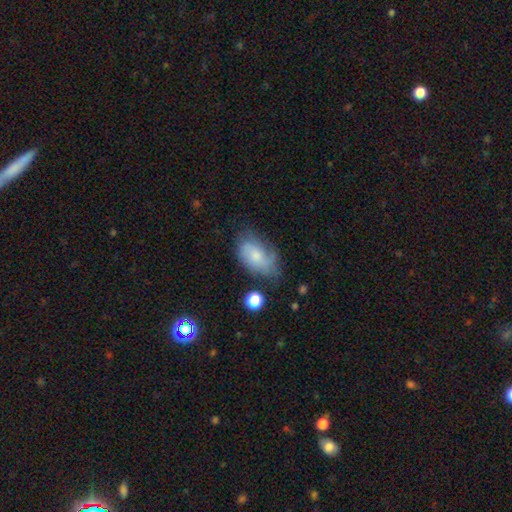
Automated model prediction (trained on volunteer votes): Q: Smooth or featured?
A: smooth (55%); runner-up: featured or disk (36%)
Q: How rounded?
A: in between (90%); runner-up: round (8%)
Q: Merging?
A: none (52%); runner-up: minor disturbance (31%)